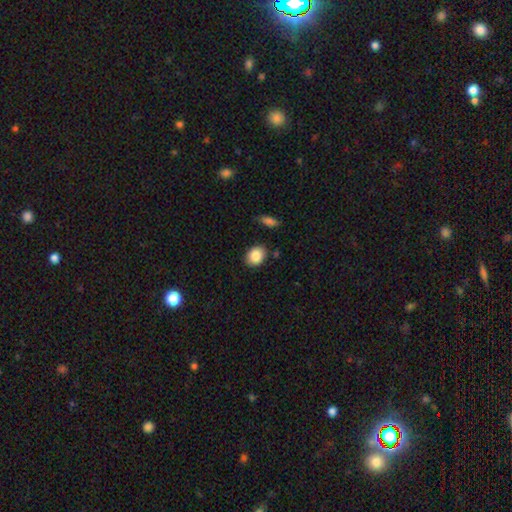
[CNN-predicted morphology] This is clearly a smooth galaxy (85%). How rounded: possibly in between (52%). Merging: clearly none (85%).